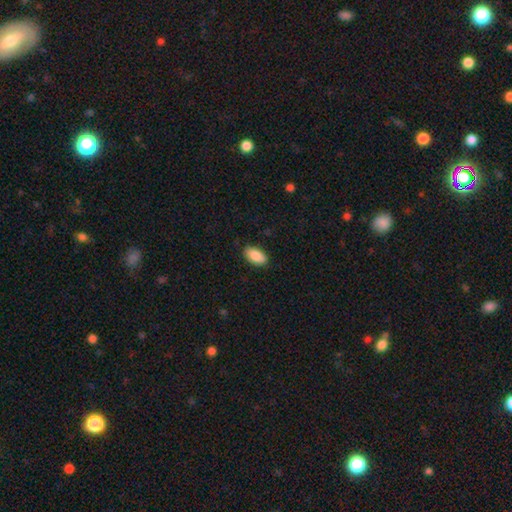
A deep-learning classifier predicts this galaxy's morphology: type=smooth (89%); roundness=in between (94%); merging=none (87%).